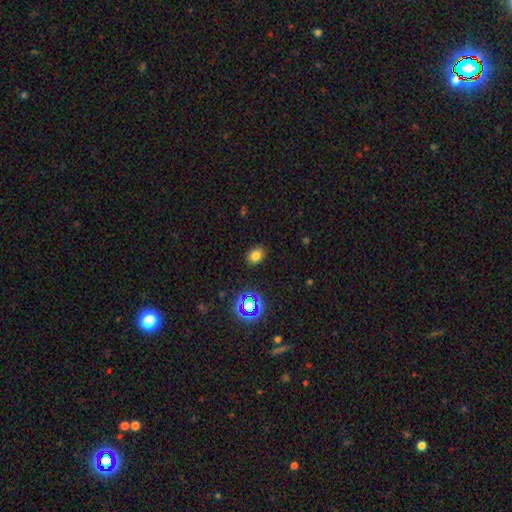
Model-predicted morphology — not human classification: A smooth galaxy with no disk features (75%) that is in between round and cigar-shaped (56%).

Vote fractions:
- Smooth or featured? smooth: 75% / star or artifact: 17% / featured or disk: 7%
- How rounded? in between: 56% / round: 43% / cigar-shaped: 1%
- Merging? none: 87% / minor disturbance: 9% / major disturbance: 3% / merger: 1%